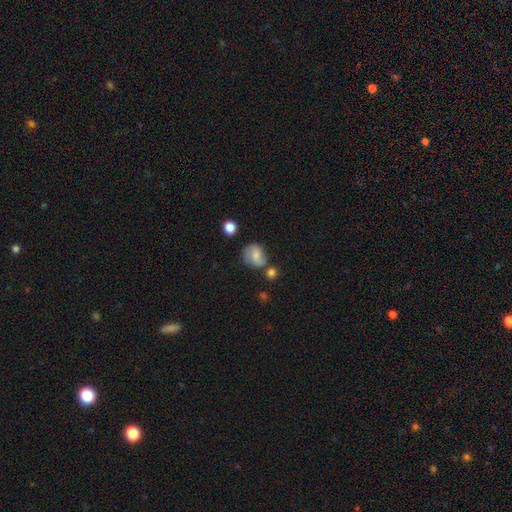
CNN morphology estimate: smooth 53%, featured or disk 38%, star or artifact 10%. Down the decision tree: how rounded — round (61%); merging — none (54%).